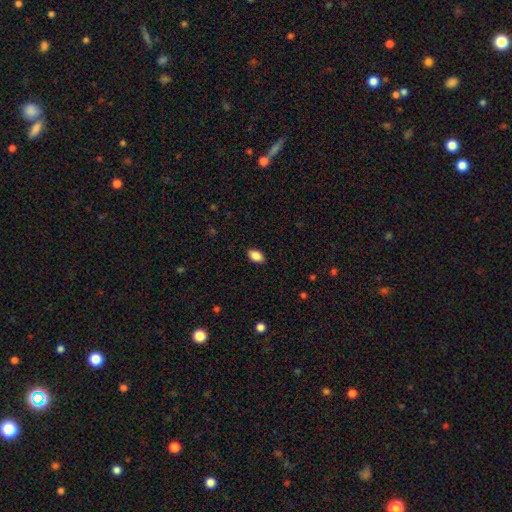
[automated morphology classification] smooth-or-featured: smooth: 88% | star or artifact: 8% | featured or disk: 4%
  how-rounded: in between: 91% | round: 7% | cigar-shaped: 2%
  merging: none: 88% | minor disturbance: 9% | major disturbance: 2% | merger: 1%